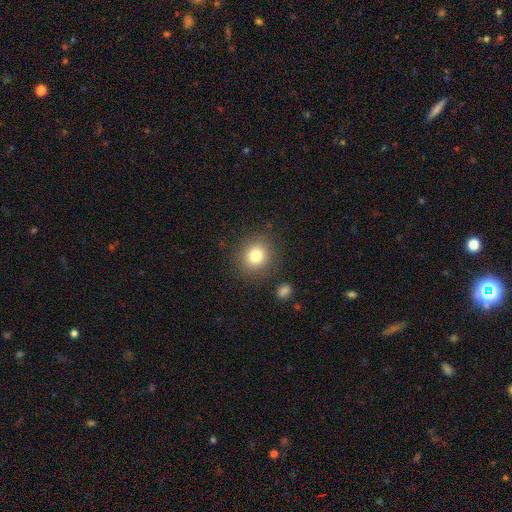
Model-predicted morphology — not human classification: Smooth or featured? smooth (80%)
How rounded? round (87%)
Merging? none (86%)